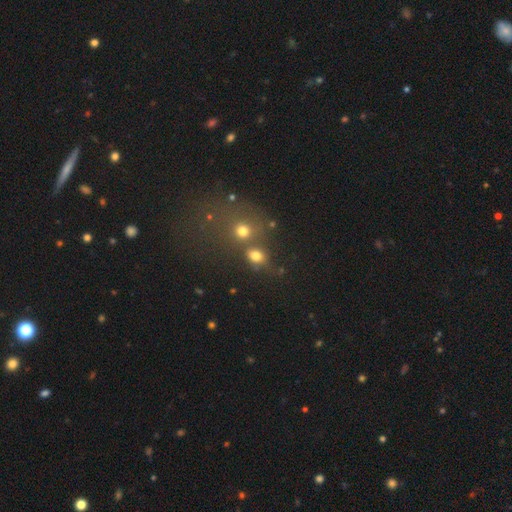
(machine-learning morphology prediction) smooth 75%, star or artifact 17%, featured or disk 9%. Down the decision tree: how rounded — round (53%); merging — none (50%).